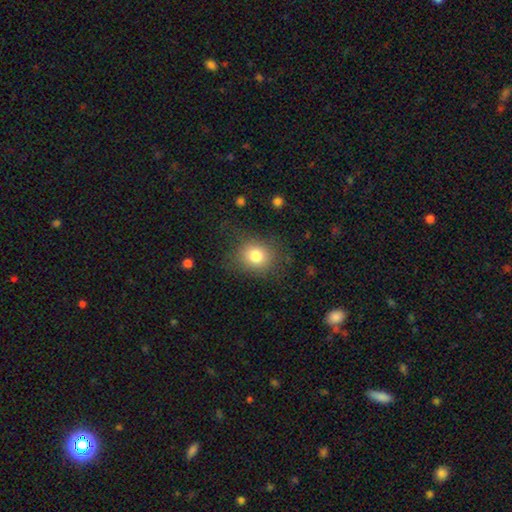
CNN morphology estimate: This appears to be a smooth galaxy with no disk features (80%) that is round (73%). Merging: none (76%).